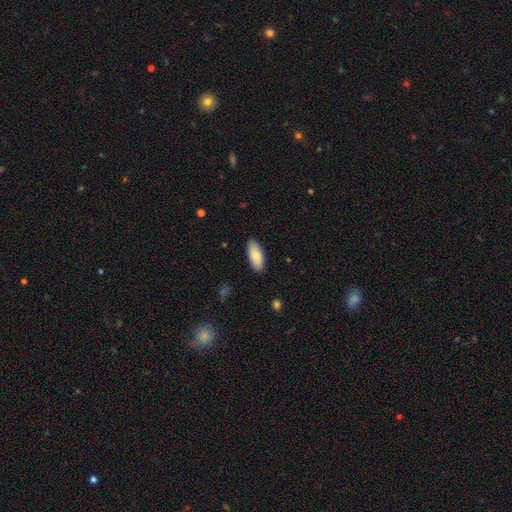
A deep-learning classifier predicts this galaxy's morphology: type=smooth (85%); roundness=in between (84%); merging=none (89%).